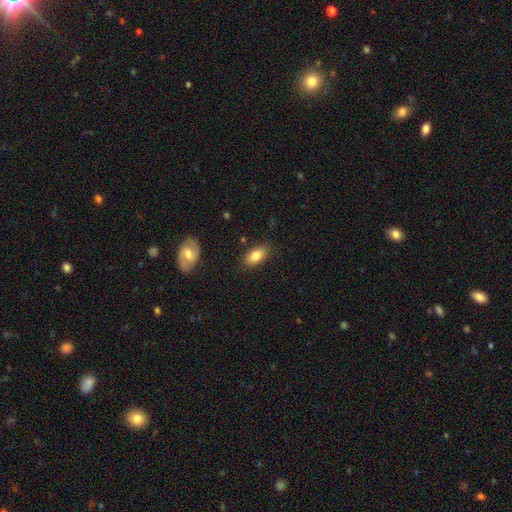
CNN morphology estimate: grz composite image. It shows a smooth galaxy with no disk features (81%) that is in between round and cigar-shaped (91%). Merging: none (82%).